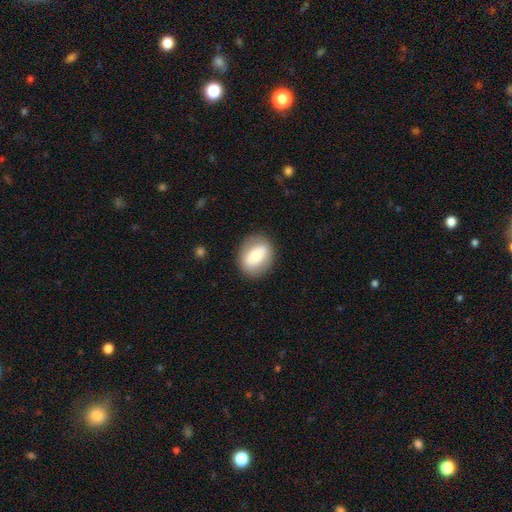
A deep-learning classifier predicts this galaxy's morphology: This appears to be a smooth galaxy with no disk features (62%) that is in between round and cigar-shaped (57%). Merging: none (85%).